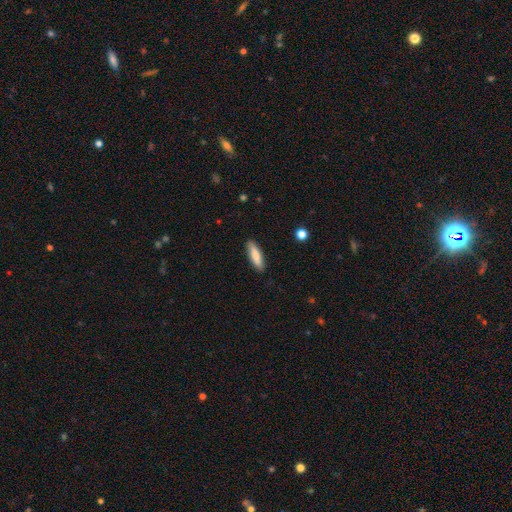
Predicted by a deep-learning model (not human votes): A smooth galaxy with no disk features (78%) that is cigar-shaped (62%). Merging: none (88%).